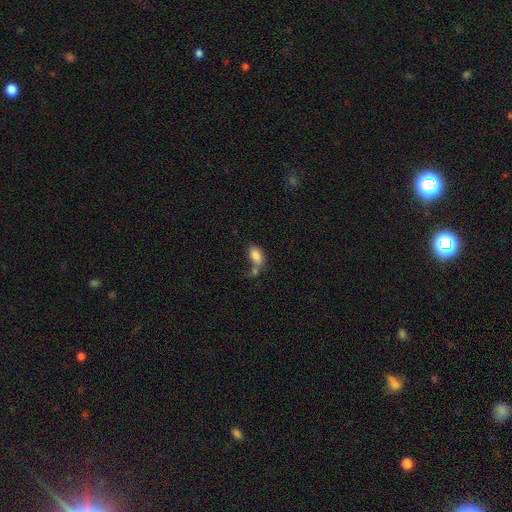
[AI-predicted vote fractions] Overall: smooth (82%). How rounded: in between (90%). Merging: none (37%; merger 36%).